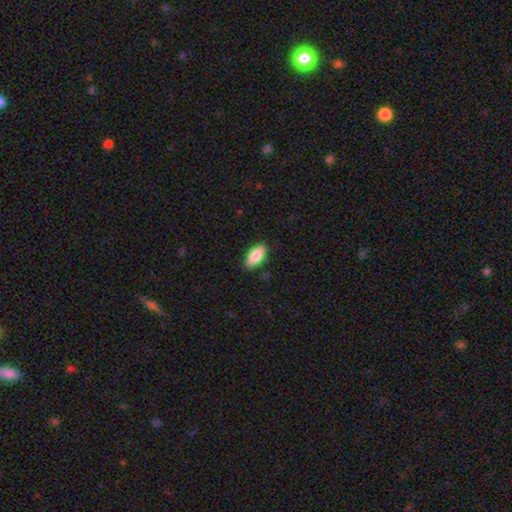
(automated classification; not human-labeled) Q: Smooth or featured?
A: smooth (86%); runner-up: featured or disk (8%)
Q: How rounded?
A: in between (88%); runner-up: cigar-shaped (10%)
Q: Merging?
A: none (86%); runner-up: minor disturbance (10%)